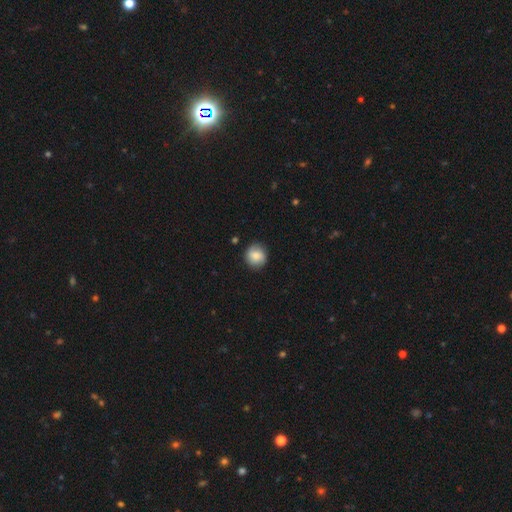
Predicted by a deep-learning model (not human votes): Morphology: type=smooth (76%); roundness=round (88%); merging=none (85%).